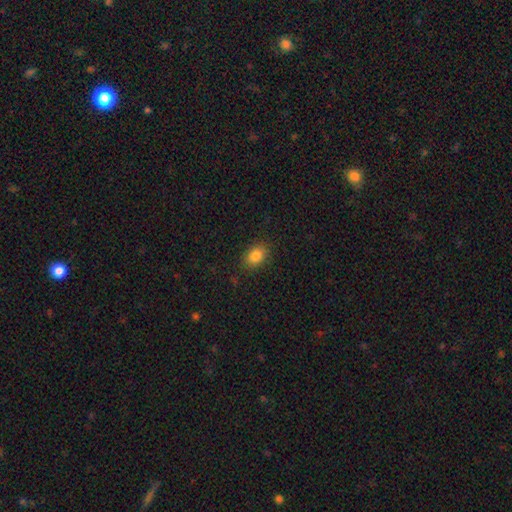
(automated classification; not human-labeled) Morphology: type=smooth (84%); roundness=in between (70%); merging=none (85%).